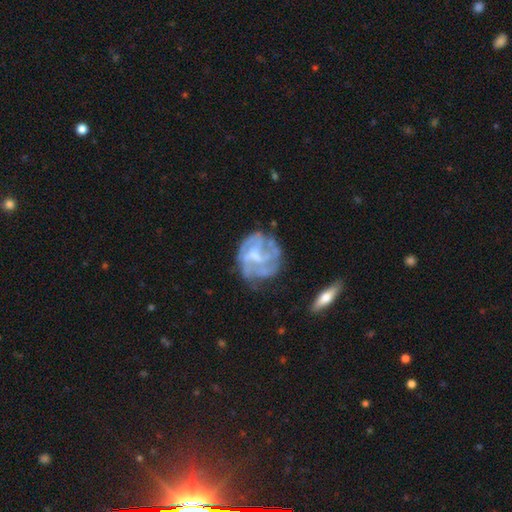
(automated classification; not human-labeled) smooth_or_featured: featured or disk (p=0.76) [alt: smooth p=0.17]
disk_edge_on: no (p=0.98) [alt: yes p=0.02]
bar: no (p=0.46) [alt: weak p=0.42]
has_spiral_arms: yes (p=0.67) [alt: no p=0.33]
bulge_size: none (p=0.39) [alt: small p=0.29]
merging: none (p=0.56) [alt: minor disturbance p=0.22]